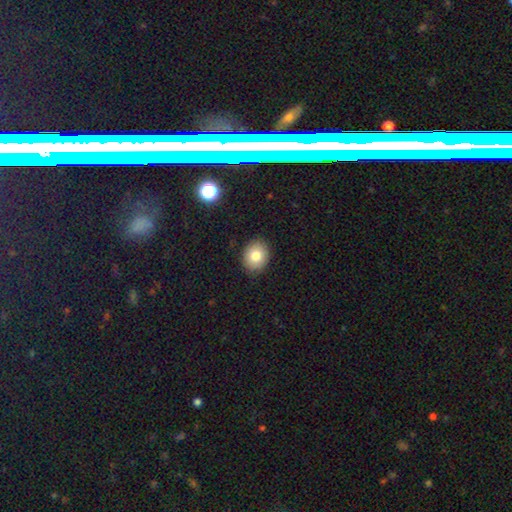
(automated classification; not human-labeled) Q: Smooth or featured?
A: smooth (80%); runner-up: featured or disk (10%)
Q: How rounded?
A: round (61%); runner-up: in between (39%)
Q: Merging?
A: none (88%); runner-up: minor disturbance (9%)